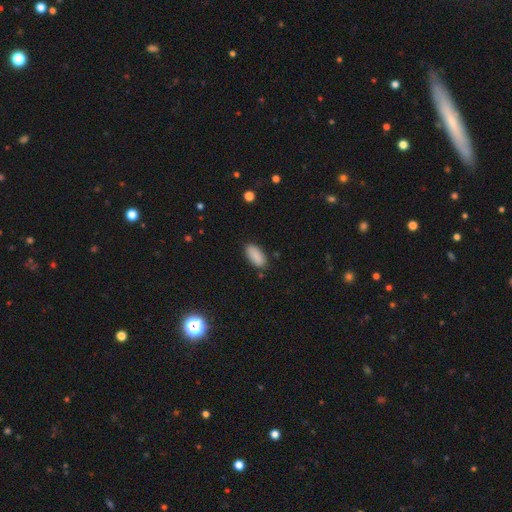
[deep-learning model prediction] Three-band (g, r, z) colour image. It shows a smooth galaxy with no disk features (89%) that is in between round and cigar-shaped (91%). Merging: none (85%).